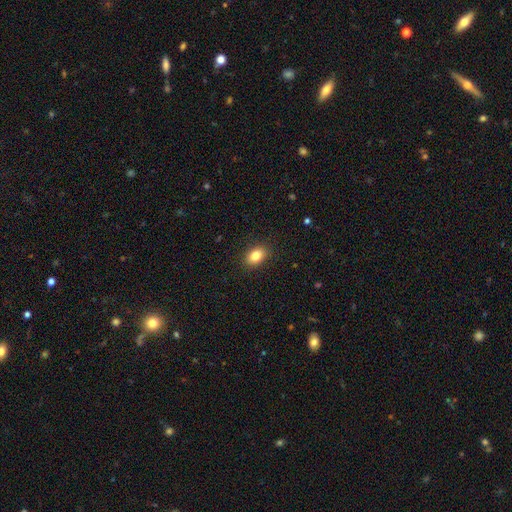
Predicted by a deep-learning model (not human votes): smooth_or_featured: smooth (p=0.83) [alt: star or artifact p=0.09]
how_rounded: in between (p=0.81) [alt: round p=0.17]
merging: none (p=0.89) [alt: minor disturbance p=0.08]